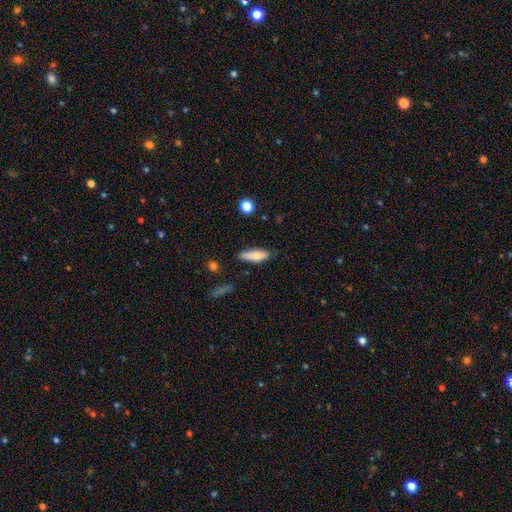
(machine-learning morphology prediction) A smooth galaxy with no disk features (78%) that is cigar-shaped (50%). Merging: none (77%).